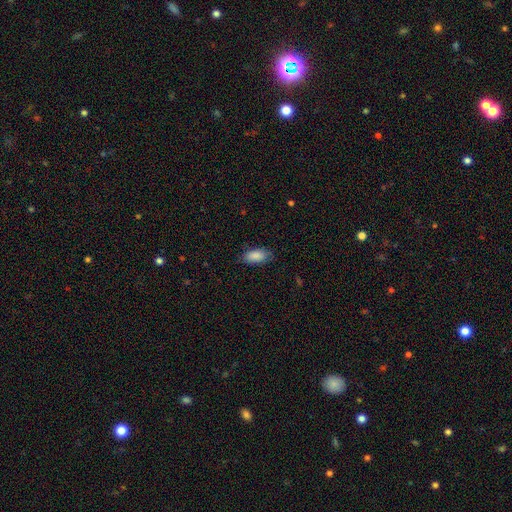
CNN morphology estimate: A smooth galaxy with no disk features (89%) that is in between round and cigar-shaped (91%). Merging: none (81%).